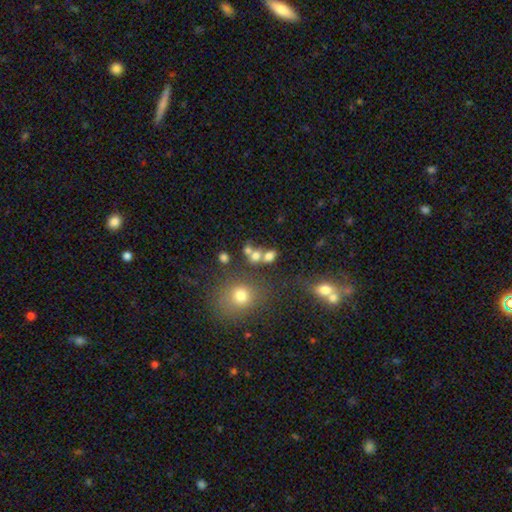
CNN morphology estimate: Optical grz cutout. It shows a smooth galaxy with no disk features (69%) that is round (50%). Merging: merger (47%).